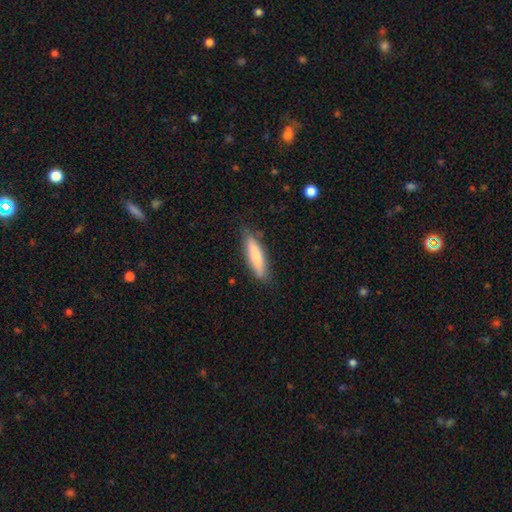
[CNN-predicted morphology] Smooth or featured? Predicted: smooth (p=0.80). How rounded? Predicted: cigar-shaped (p=0.76). Merging? Predicted: none (p=0.83).